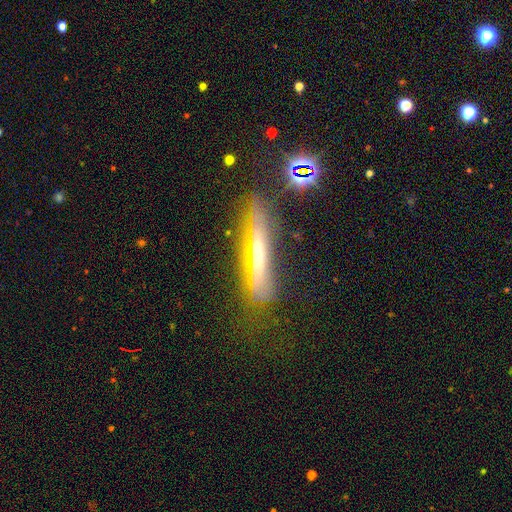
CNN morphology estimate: Q: Smooth or featured?
A: featured or disk (63%); runner-up: smooth (23%)
Q: Edge-on disk?
A: yes (87%); runner-up: no (13%)
Q: Edge-on bulge?
A: rounded (75%); runner-up: none (16%)
Q: Merging?
A: none (72%); runner-up: minor disturbance (17%)